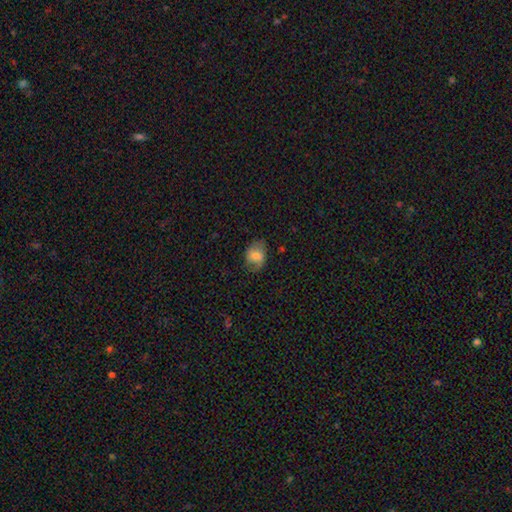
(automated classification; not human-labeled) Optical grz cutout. It shows a smooth galaxy with no disk features (69%) that is in between round and cigar-shaped (66%). Merging: none (63%).